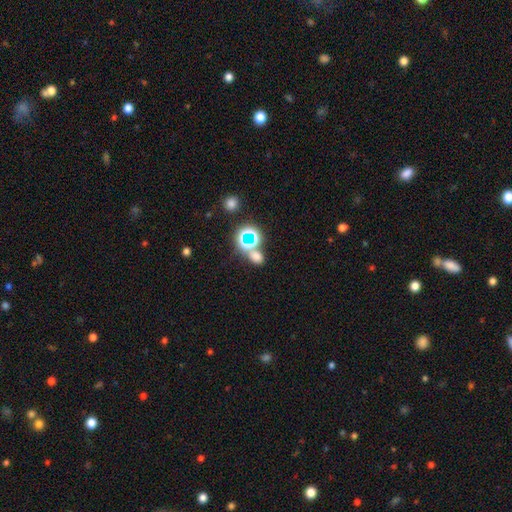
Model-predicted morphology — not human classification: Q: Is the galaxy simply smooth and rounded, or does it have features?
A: smooth — 58%.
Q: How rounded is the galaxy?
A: in between — 56%.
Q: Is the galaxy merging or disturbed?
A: none — 60%.